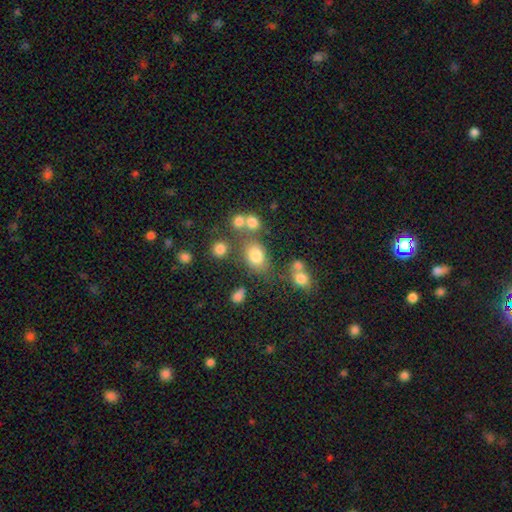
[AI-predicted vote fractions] Q: Smooth or featured?
A: smooth (76%); runner-up: star or artifact (14%)
Q: How rounded?
A: in between (67%); runner-up: round (32%)
Q: Merging?
A: none (62%); runner-up: merger (16%)